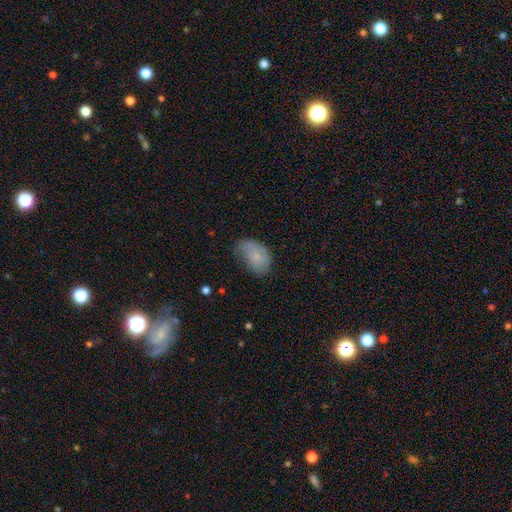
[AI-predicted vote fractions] A smooth galaxy with no disk features (71%) that is in between round and cigar-shaped (89%). Merging: none (40%, tied with minor disturbance).